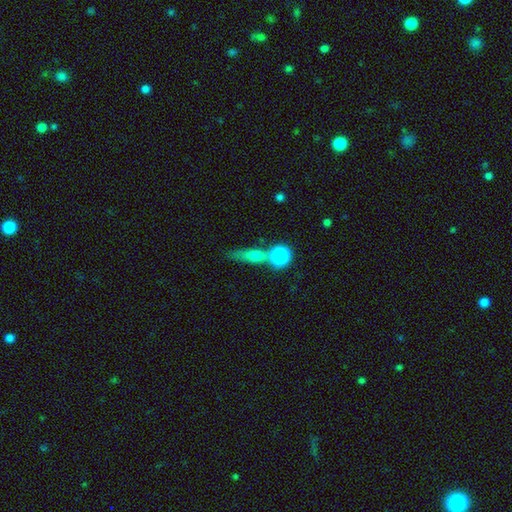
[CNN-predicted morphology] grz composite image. It shows a smooth galaxy with no disk features (66%) that is in between round and cigar-shaped (36%). Merging: none (44%).